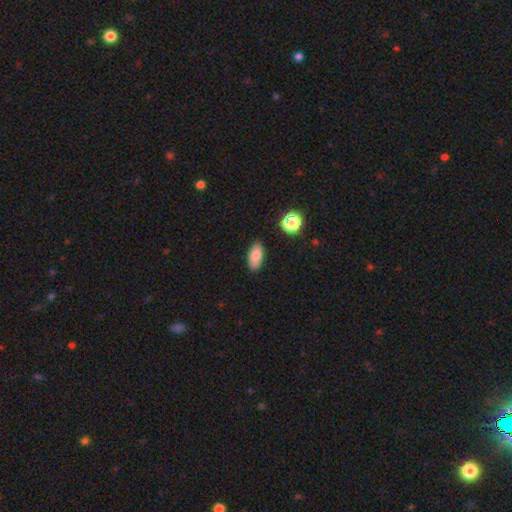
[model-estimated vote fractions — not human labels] Smooth or featured: smooth — 82% (star or artifact — 9%)
How rounded: in between — 90% (cigar-shaped — 6%)
Merging: none — 85% (minor disturbance — 11%)